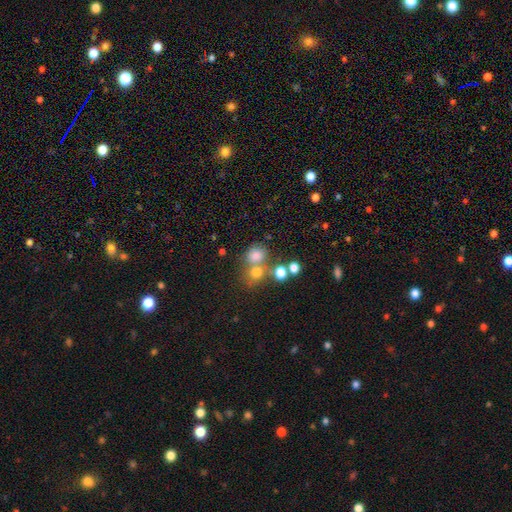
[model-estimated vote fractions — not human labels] Smooth or featured? smooth (72%)
How rounded? round (73%)
Merging? none (45%)